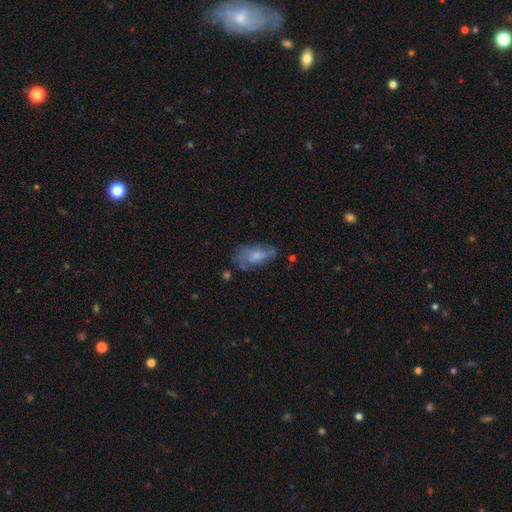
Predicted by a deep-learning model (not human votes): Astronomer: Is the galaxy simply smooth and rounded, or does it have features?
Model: featured or disk — 46% (runner-up: smooth, 45%).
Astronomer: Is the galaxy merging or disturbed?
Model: none — 49% (runner-up: minor disturbance, 27%).